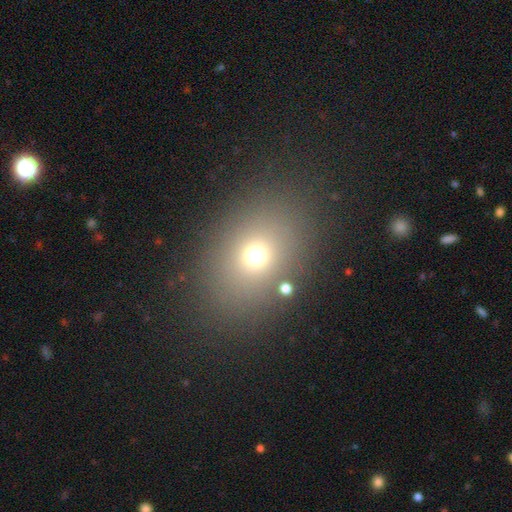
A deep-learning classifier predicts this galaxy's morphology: smooth_or_featured: smooth (p=0.69) [alt: star or artifact p=0.19]
how_rounded: in between (p=0.58) [alt: round p=0.41]
merging: none (p=0.82) [alt: minor disturbance p=0.10]